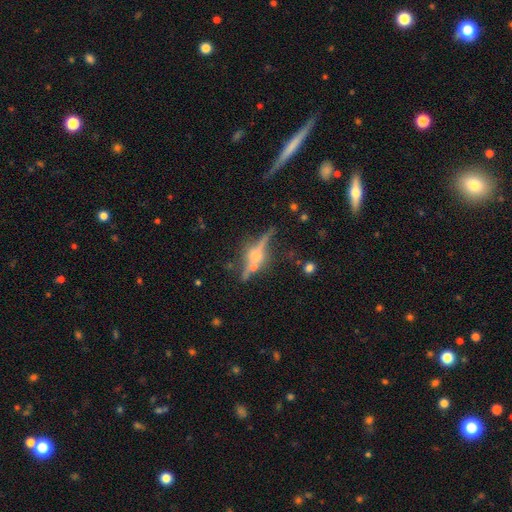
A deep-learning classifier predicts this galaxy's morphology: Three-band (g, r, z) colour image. It shows a featured or disk galaxy (72%) viewed edge-on (90%) with a rounded central bulge (91%). Merging: none (69%).